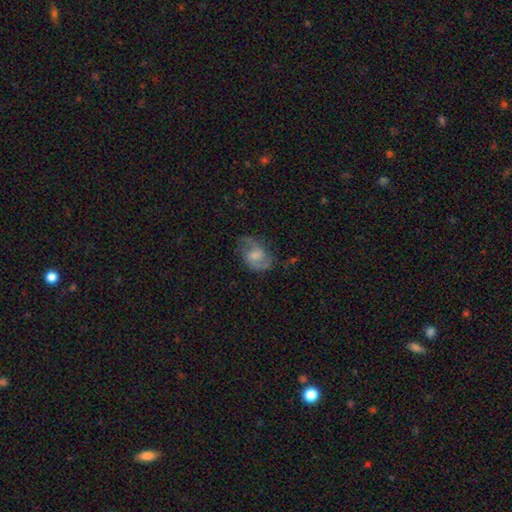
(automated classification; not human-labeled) Q: Smooth or featured?
A: featured or disk (56%); runner-up: smooth (36%)
Q: Edge-on disk?
A: no (97%); runner-up: yes (3%)
Q: Bar?
A: no (50%); runner-up: weak (43%)
Q: Spiral arms?
A: yes (81%); runner-up: no (19%)
Q: Bulge size?
A: moderate (42%); runner-up: small (30%)
Q: Merging?
A: none (52%); runner-up: minor disturbance (27%)